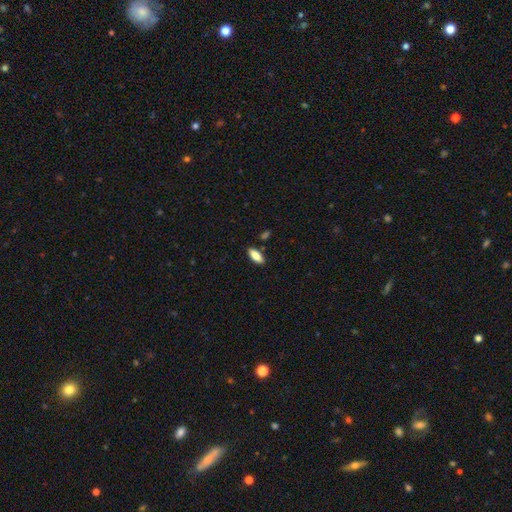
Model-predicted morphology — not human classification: Smooth or featured?
  - smooth: 84% *
  - featured or disk: 10%
  - star or artifact: 6%
How rounded?
  - in between: 74% *
  - cigar-shaped: 24%
  - round: 2%
Merging?
  - none: 86% *
  - minor disturbance: 9%
  - merger: 3%
  - major disturbance: 2%